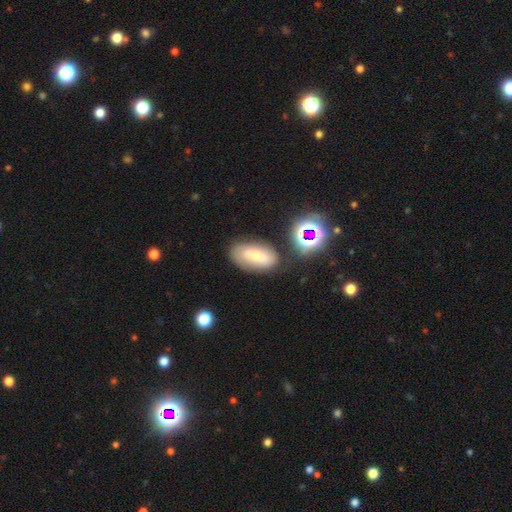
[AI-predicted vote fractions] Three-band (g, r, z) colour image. It shows a smooth galaxy with no disk features (53%) that is in between round and cigar-shaped (88%). Merging: none (73%).